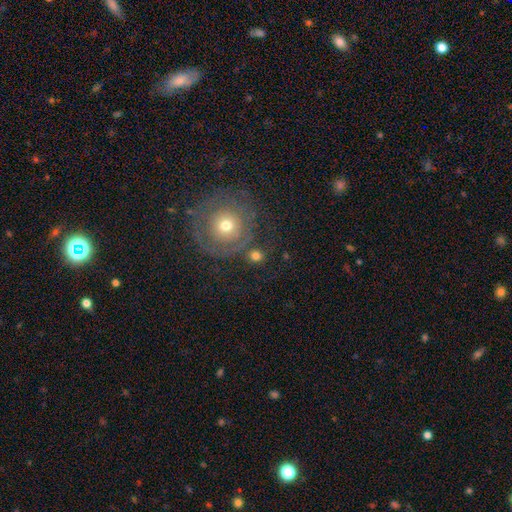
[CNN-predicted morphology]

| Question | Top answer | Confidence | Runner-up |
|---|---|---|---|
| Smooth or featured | smooth | 69% | featured or disk (18%) |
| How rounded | round | 90% | in between (9%) |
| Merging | none | 72% | minor disturbance (10%) |